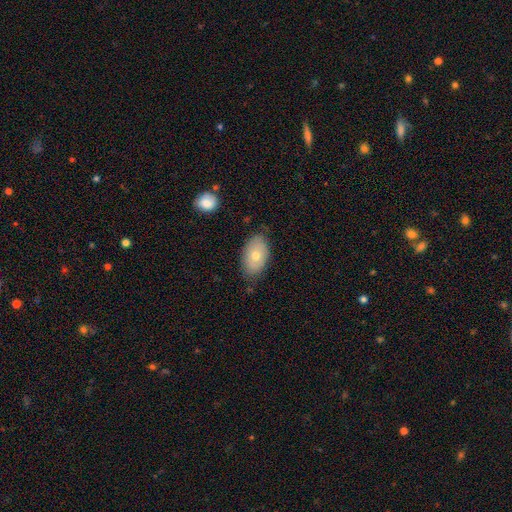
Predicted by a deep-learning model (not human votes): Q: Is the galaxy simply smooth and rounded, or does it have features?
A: smooth — 67%.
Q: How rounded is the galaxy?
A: in between — 91%.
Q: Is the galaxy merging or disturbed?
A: none — 76%.